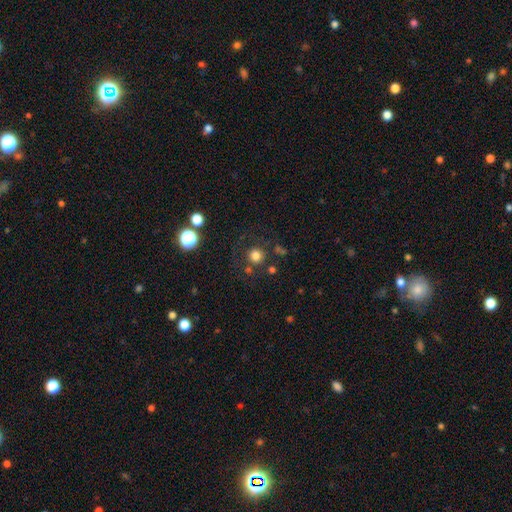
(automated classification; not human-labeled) This appears to be a smooth galaxy with no disk features (77%) that is round (94%). Merging: none (78%).